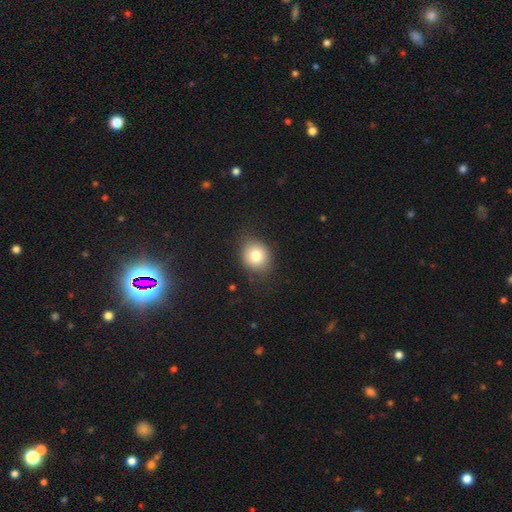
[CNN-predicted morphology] A smooth galaxy with no disk features (78%) that is round (71%). Merging: none (79%).